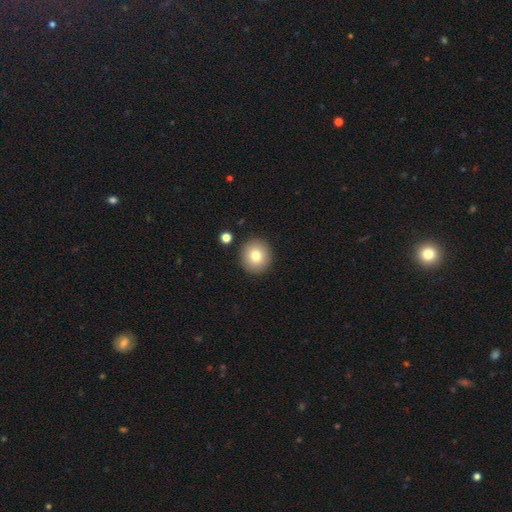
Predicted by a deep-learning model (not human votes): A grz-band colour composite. It shows a smooth galaxy with no disk features (79%) that is round (90%). Merging: none (90%).